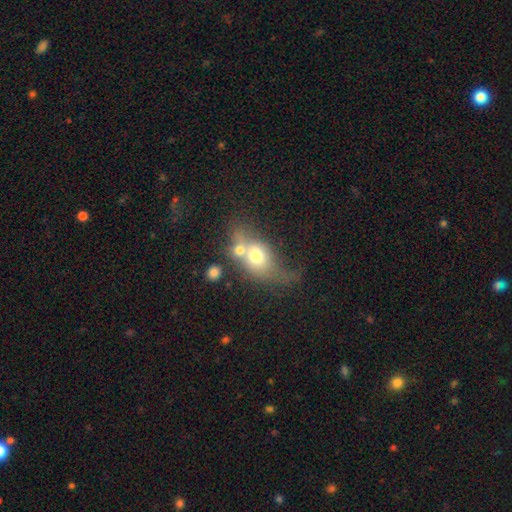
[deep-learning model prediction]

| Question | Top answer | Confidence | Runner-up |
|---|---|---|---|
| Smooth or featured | smooth | 62% | featured or disk (28%) |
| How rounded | in between | 60% | round (35%) |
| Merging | merger | 56% | none (18%) |